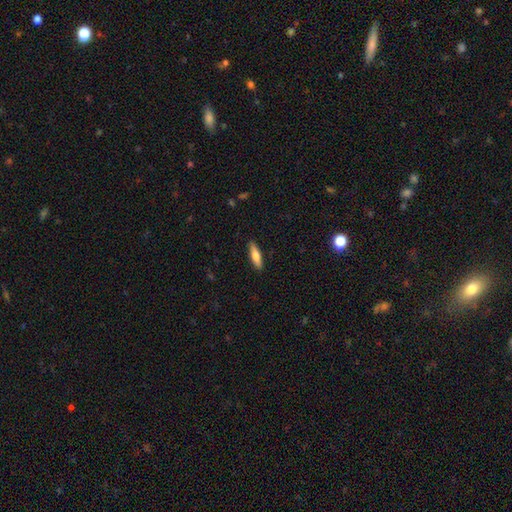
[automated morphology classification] smooth-or-featured: smooth: 65% | featured or disk: 29% | star or artifact: 6%
  how-rounded: cigar-shaped: 67% | in between: 31% | round: 2%
  merging: none: 90% | minor disturbance: 8% | major disturbance: 2% | merger: 1%